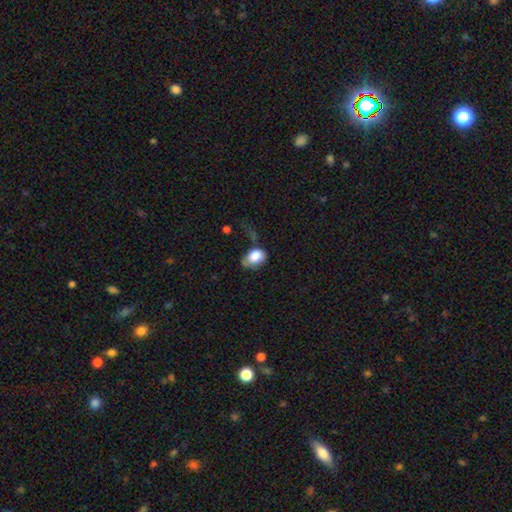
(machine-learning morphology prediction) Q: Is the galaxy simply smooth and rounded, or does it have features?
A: smooth — 81%.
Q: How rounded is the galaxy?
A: in between — 69%.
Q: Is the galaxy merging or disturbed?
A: minor disturbance — 32%.